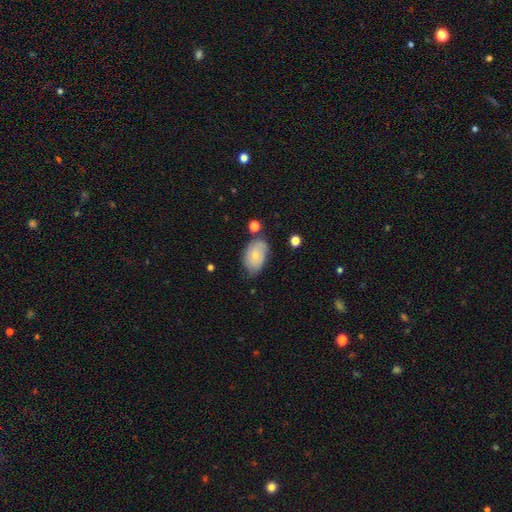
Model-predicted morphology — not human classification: This is possibly a smooth galaxy (52%). How rounded: clearly in between (87%). Merging: likely none (61%).